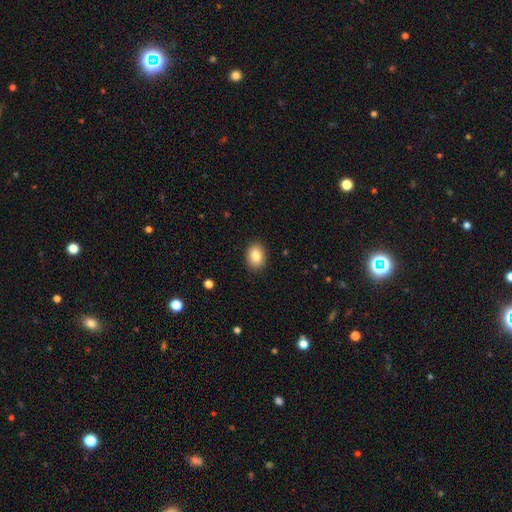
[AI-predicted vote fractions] The model was most divided on "how rounded": in between: 72%, round: 27%, cigar-shaped: 1%. More confident: merging — none (89%); smooth or featured — smooth (85%).